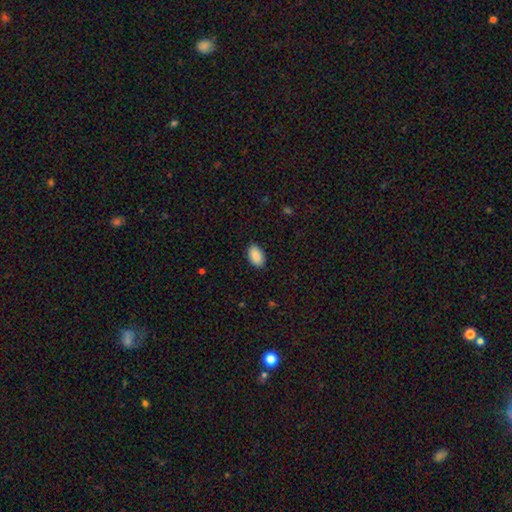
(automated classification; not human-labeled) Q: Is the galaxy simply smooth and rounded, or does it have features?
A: smooth — 90%.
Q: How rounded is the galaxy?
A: in between — 94%.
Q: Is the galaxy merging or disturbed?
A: none — 88%.